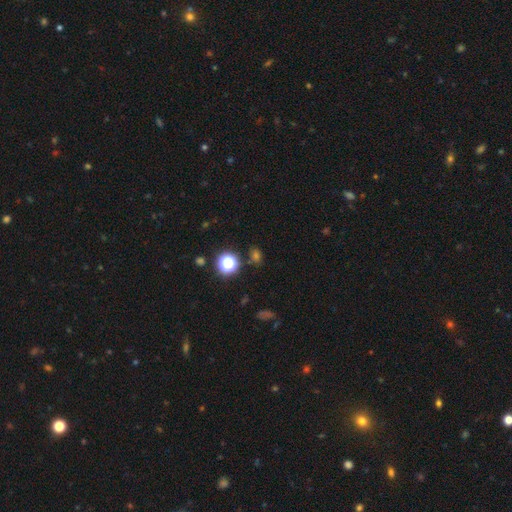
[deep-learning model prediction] Smooth or featured? smooth (49%)
Merging? none (81%)